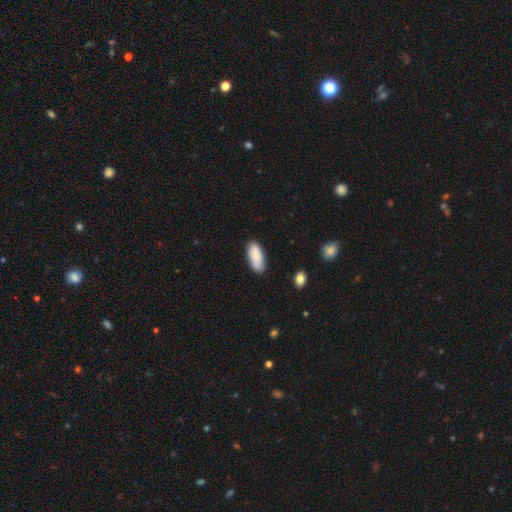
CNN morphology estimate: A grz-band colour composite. It shows a smooth galaxy with no disk features (87%) that is in between round and cigar-shaped (82%). Merging: none (85%).